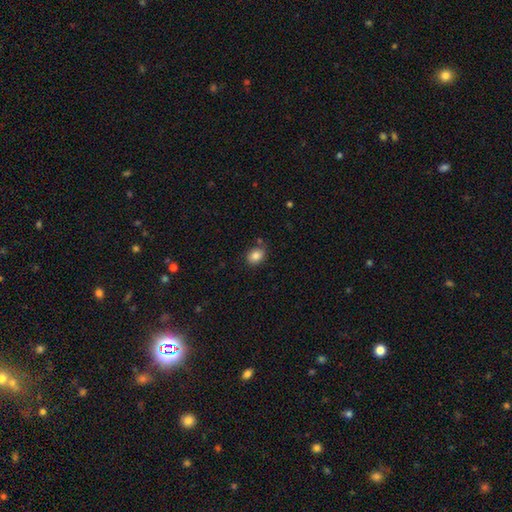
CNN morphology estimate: This appears to be a smooth galaxy with no disk features (84%) that is in between round and cigar-shaped (61%). Merging: none (75%).